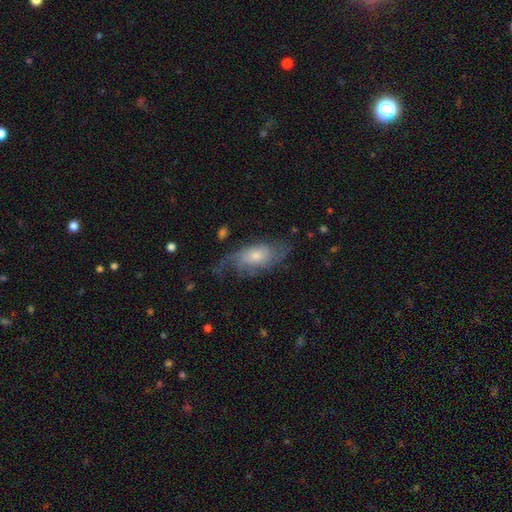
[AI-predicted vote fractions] Smooth or featured? Predicted: featured or disk (p=0.63). Edge-on disk? Predicted: no (p=0.90). Bar? Predicted: no (p=0.75). Spiral arms? Predicted: yes (p=0.83). Bulge size? Predicted: small (p=0.51). Merging? Predicted: none (p=0.55).